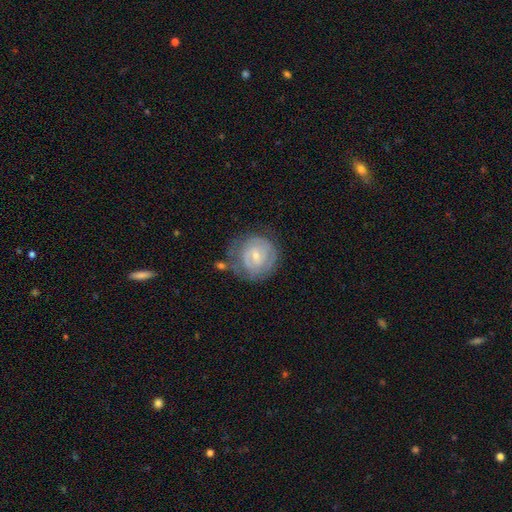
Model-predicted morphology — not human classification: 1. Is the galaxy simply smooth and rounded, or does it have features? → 71% featured or disk, 22% smooth, 6% star or artifact.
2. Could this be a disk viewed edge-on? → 97% no, 3% yes.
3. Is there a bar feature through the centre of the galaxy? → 48% weak, 41% no, 11% strong.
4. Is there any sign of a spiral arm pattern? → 83% yes, 17% no.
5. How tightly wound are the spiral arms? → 71% tight, 22% medium, 7% loose.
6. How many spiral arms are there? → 39% can't tell, 38% 2, 10% 3, 6% 1, 4% 4, 3% more than 4.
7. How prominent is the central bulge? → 65% small, 31% moderate, 2% none, 2% large, 1% dominant.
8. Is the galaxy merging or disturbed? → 61% none, 22% minor disturbance, 12% major disturbance, 5% merger.